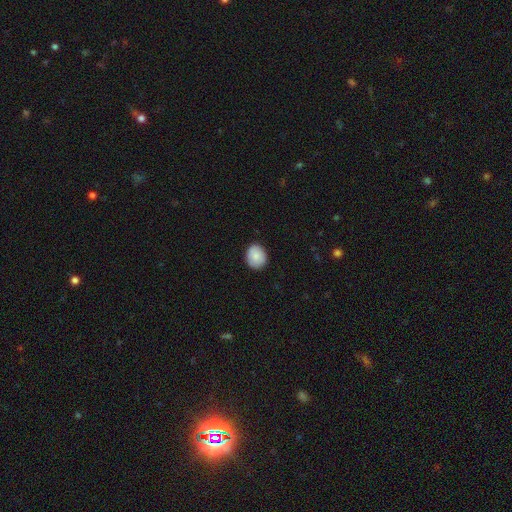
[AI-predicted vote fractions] A smooth galaxy with no disk features (84%) that is round (63%).

Vote fractions:
- Smooth or featured? smooth: 84% / featured or disk: 9% / star or artifact: 7%
- How rounded? round: 63% / in between: 36% / cigar-shaped: 1%
- Merging? none: 86% / minor disturbance: 11% / major disturbance: 2% / merger: 1%